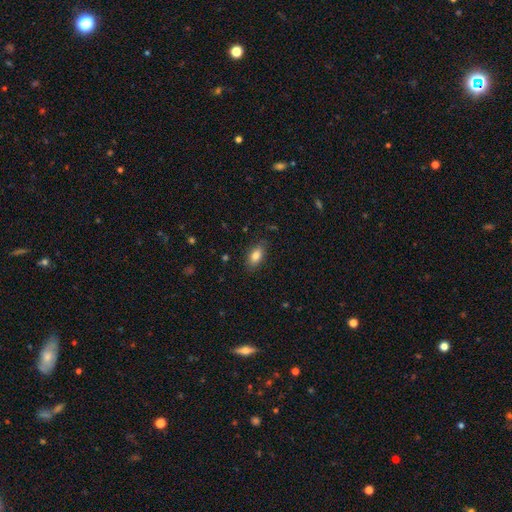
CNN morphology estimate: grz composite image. It shows a smooth galaxy with no disk features (82%) that is in between round and cigar-shaped (89%). Merging: none (82%).